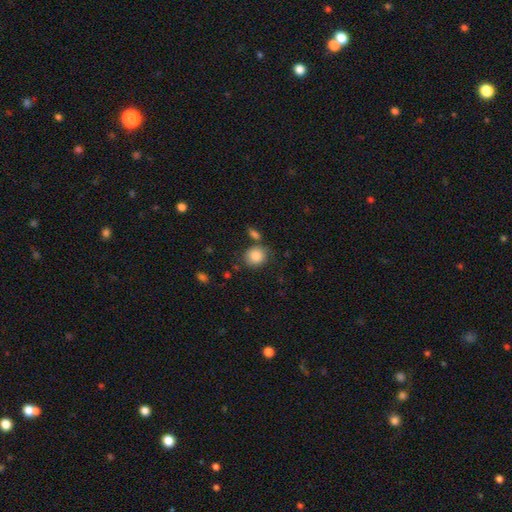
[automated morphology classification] Smooth or featured? smooth (86%)
How rounded? round (78%)
Merging? none (73%)